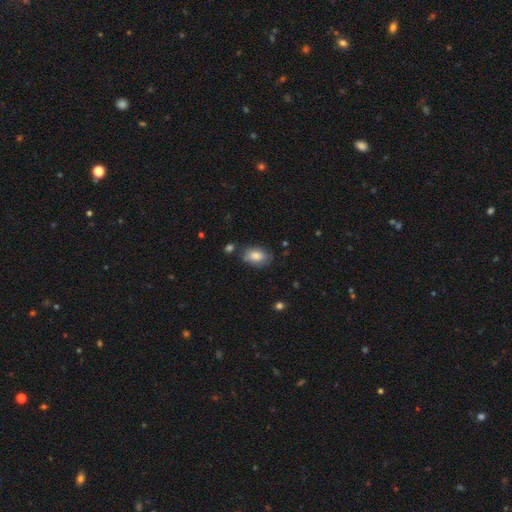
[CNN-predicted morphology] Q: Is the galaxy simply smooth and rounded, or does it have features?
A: smooth — 80%.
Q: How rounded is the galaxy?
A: in between — 86%.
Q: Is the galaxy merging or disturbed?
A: none — 72%.